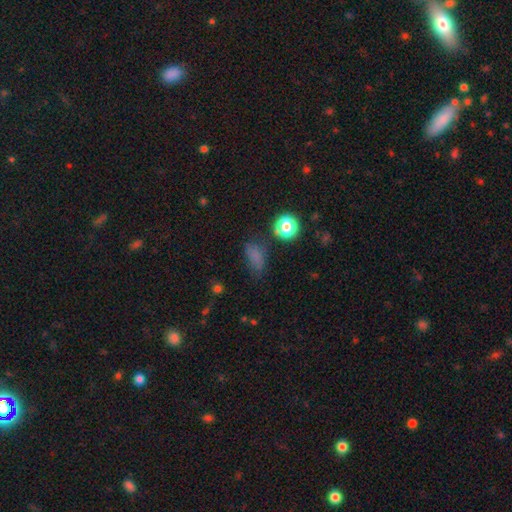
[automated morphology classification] smooth_or_featured: smooth (p=0.70) [alt: star or artifact p=0.22]
how_rounded: in between (p=0.74) [alt: round p=0.19]
merging: none (p=0.58) [alt: minor disturbance p=0.26]